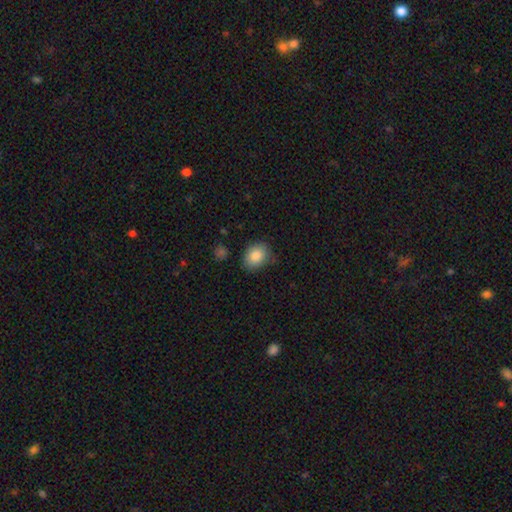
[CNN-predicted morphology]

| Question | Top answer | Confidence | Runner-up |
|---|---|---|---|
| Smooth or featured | smooth | 86% | star or artifact (8%) |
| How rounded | in between | 61% | round (38%) |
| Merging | none | 77% | minor disturbance (18%) |